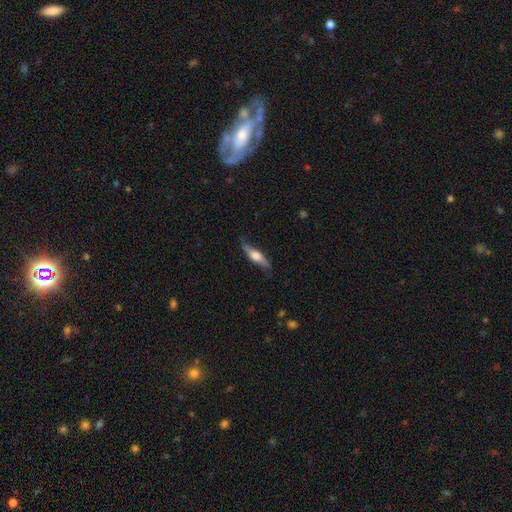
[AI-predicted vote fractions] smooth_or_featured: featured or disk (p=0.55) [alt: smooth p=0.40]
disk_edge_on: yes (p=0.84) [alt: no p=0.16]
merging: none (p=0.72) [alt: minor disturbance p=0.22]